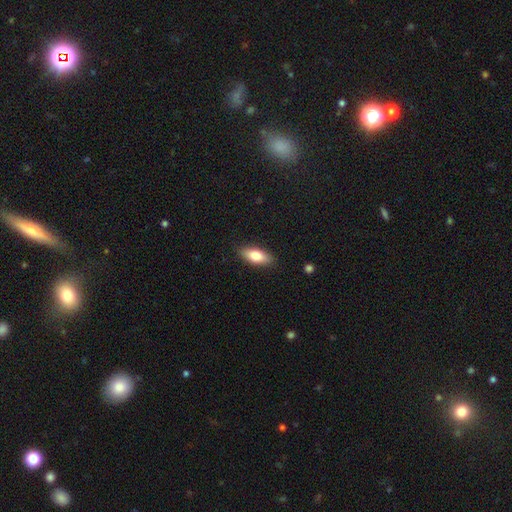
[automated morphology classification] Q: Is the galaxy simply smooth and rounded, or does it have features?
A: smooth — 78%.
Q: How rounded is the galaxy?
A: in between — 80%.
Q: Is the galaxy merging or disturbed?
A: none — 87%.